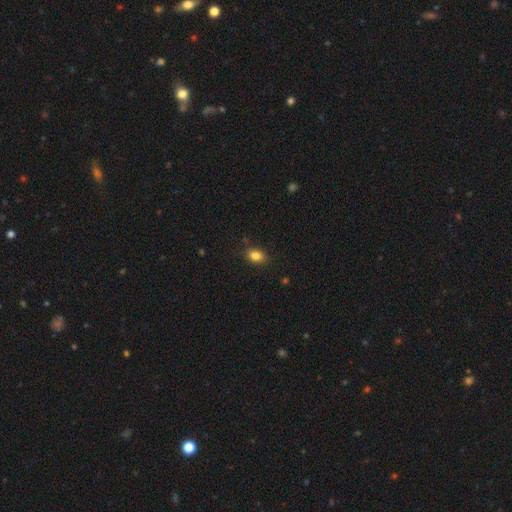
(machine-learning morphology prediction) type=smooth (84%); roundness=in between (75%); merging=none (85%).